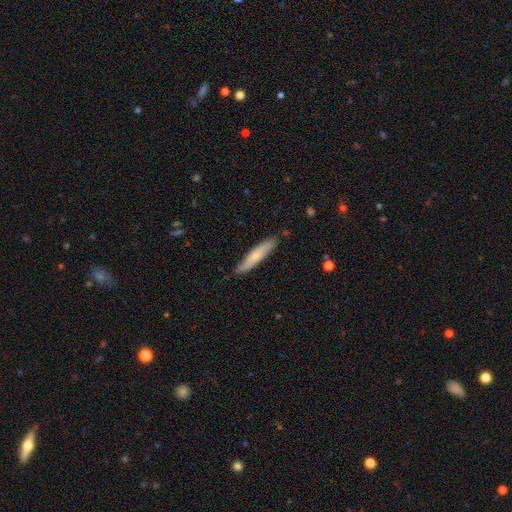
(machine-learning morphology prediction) This appears to be a smooth galaxy with no disk features (61%) that is cigar-shaped (87%). Merging: none (81%).